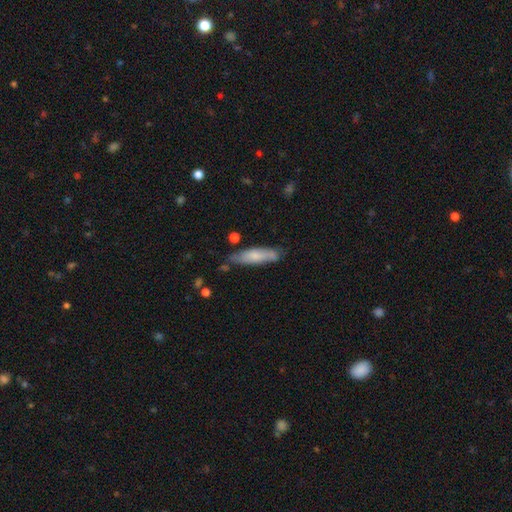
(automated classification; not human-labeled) smooth_or_featured: smooth (p=0.71) [alt: featured or disk p=0.23]
how_rounded: cigar-shaped (p=0.68) [alt: in between p=0.31]
merging: none (p=0.70) [alt: minor disturbance p=0.22]